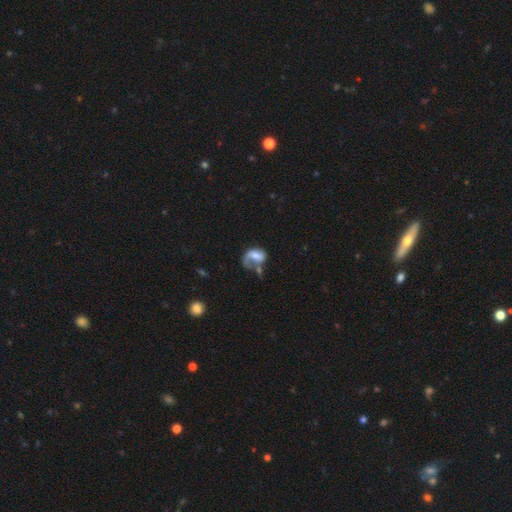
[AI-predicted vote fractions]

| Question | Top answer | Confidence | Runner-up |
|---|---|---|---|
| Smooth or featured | featured or disk | 55% | smooth (37%) |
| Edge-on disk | no | 97% | yes (3%) |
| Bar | no | 59% | weak (32%) |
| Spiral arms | yes | 75% | no (25%) |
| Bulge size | moderate | 37% | small (31%) |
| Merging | major disturbance | 42% | none (26%) |